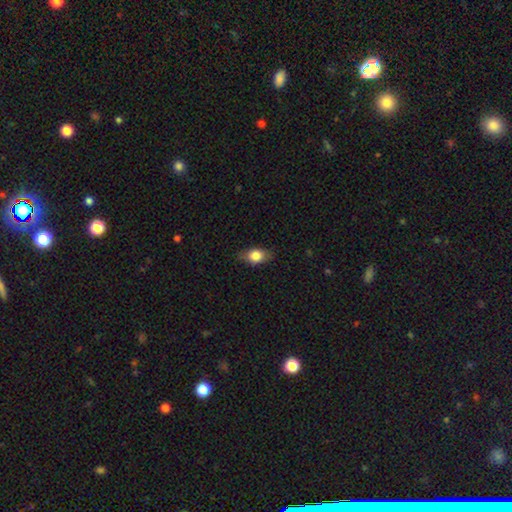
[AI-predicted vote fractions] This appears to be a smooth galaxy with no disk features (77%) that is in between round and cigar-shaped (74%). Merging: none (78%).